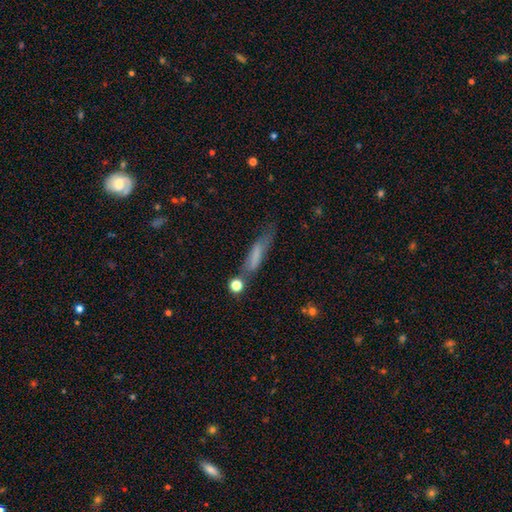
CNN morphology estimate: Smooth or featured: smooth — 65% (featured or disk — 26%)
How rounded: cigar-shaped — 81% (in between — 17%)
Merging: none — 54% (minor disturbance — 24%)